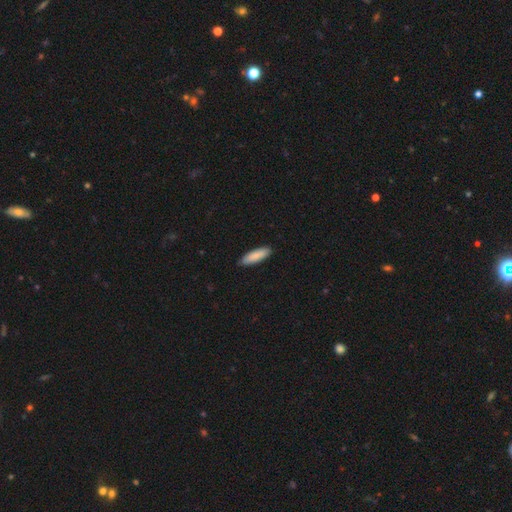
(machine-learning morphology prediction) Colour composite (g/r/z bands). It shows a smooth galaxy with no disk features (87%) that is cigar-shaped (51%). Merging: none (88%).